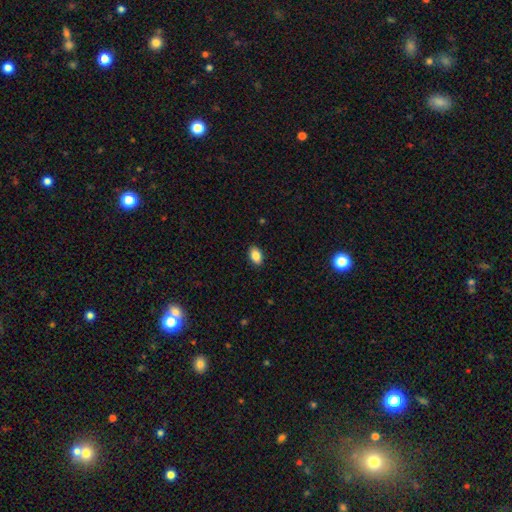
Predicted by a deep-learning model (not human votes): Q: Smooth or featured?
A: smooth (87%); runner-up: star or artifact (8%)
Q: How rounded?
A: in between (89%); runner-up: round (9%)
Q: Merging?
A: none (89%); runner-up: minor disturbance (8%)